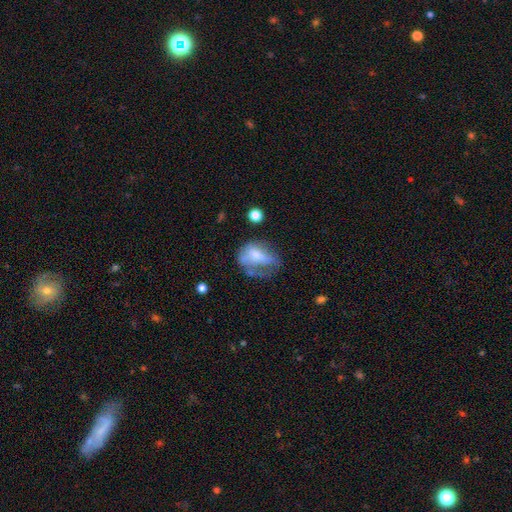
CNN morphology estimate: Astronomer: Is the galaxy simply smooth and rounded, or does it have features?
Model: smooth — 54% (runner-up: featured or disk, 36%).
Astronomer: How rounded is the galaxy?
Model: in between — 67%.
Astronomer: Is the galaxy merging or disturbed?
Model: major disturbance — 41% (runner-up: none, 27%).